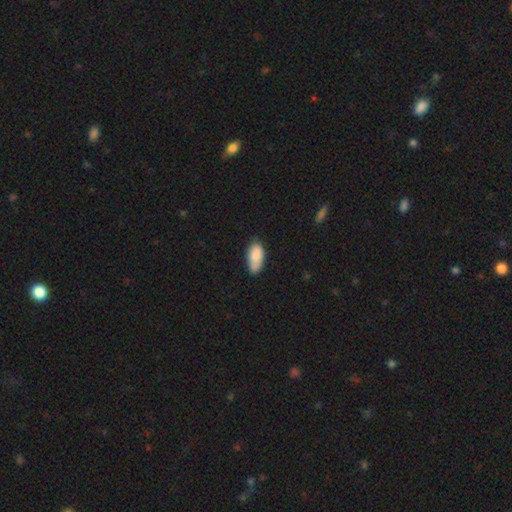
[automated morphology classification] Smooth or featured? smooth (84%)
How rounded? in between (91%)
Merging? none (57%)